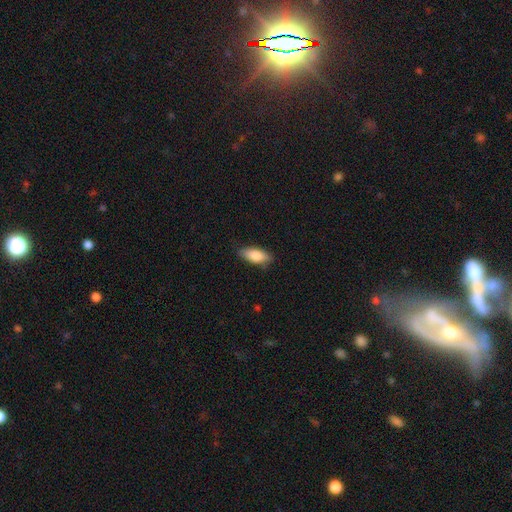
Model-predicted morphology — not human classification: type=smooth (86%); roundness=in between (83%); merging=none (82%).